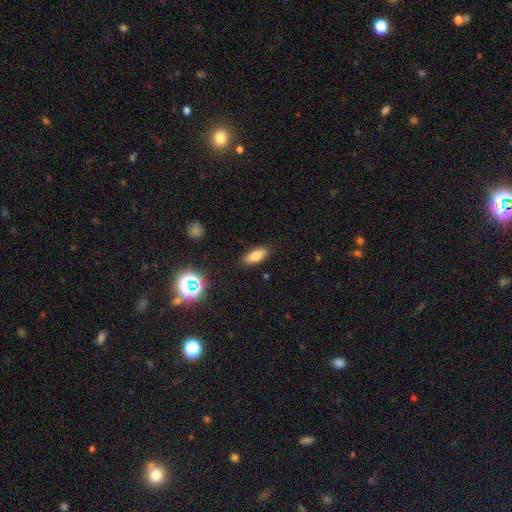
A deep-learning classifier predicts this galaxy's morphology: Smooth or featured?
  - smooth: 77% *
  - featured or disk: 12%
  - star or artifact: 11%
How rounded?
  - in between: 78% *
  - cigar-shaped: 19%
  - round: 4%
Merging?
  - none: 87% *
  - minor disturbance: 9%
  - major disturbance: 2%
  - merger: 1%